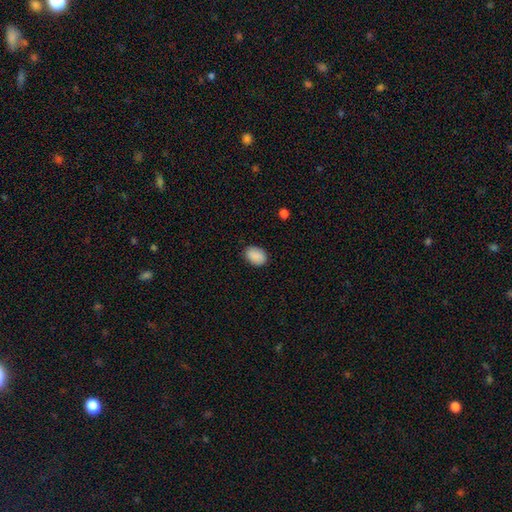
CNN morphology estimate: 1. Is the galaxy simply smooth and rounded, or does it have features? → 90% smooth, 7% star or artifact, 3% featured or disk.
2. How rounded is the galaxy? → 78% in between, 21% round, 1% cigar-shaped.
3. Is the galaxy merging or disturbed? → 86% none, 10% minor disturbance, 2% major disturbance, 1% merger.